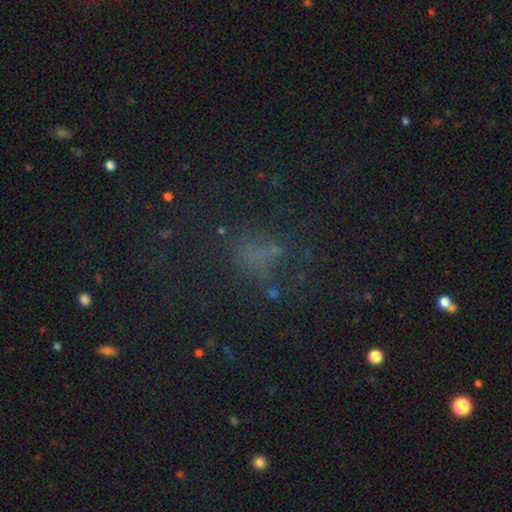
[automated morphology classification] The model was most divided on "smooth or featured": smooth: 42%, star or artifact: 39%, featured or disk: 19%. More confident: merging — none (53%).